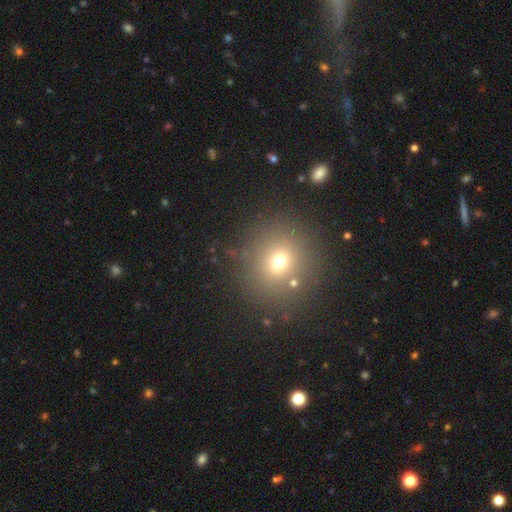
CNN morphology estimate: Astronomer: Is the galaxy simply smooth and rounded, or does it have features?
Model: smooth — 62%.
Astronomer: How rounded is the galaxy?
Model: round — 89%.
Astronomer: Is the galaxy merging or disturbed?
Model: none — 85%.